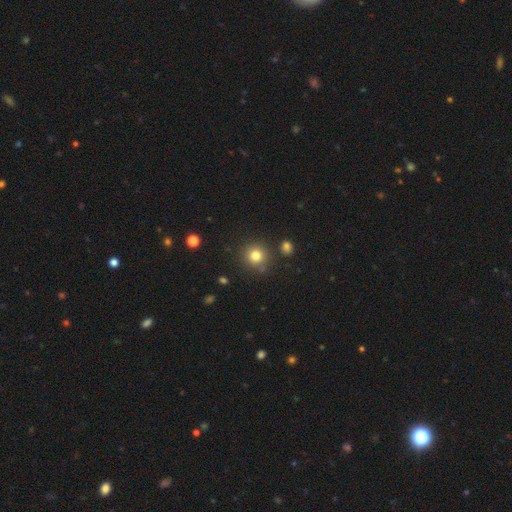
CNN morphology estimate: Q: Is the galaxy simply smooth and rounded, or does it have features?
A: smooth — 80%.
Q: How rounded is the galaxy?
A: round — 92%.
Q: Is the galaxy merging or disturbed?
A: none — 83%.